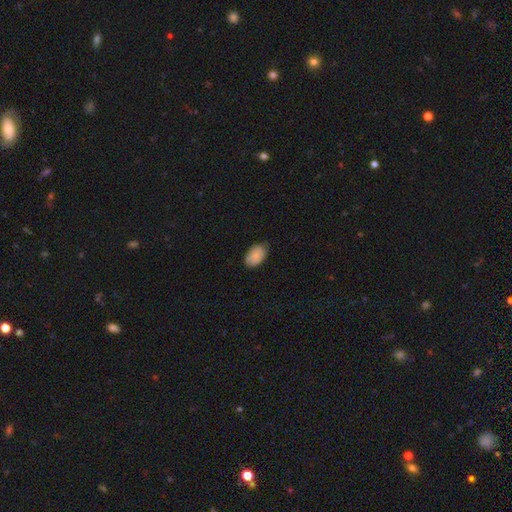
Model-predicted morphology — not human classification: Smooth or featured: smooth — 86% (featured or disk — 8%)
How rounded: in between — 91% (round — 8%)
Merging: none — 74% (minor disturbance — 22%)